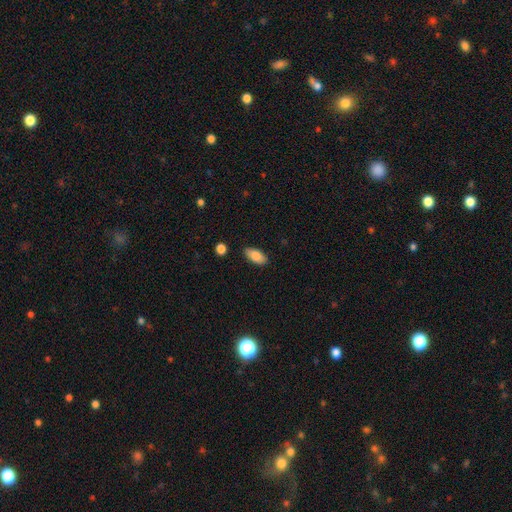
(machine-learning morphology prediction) The model was most divided on "smooth or featured": smooth: 84%, featured or disk: 10%, star or artifact: 7%. More confident: how rounded — in between (90%); merging — none (86%).